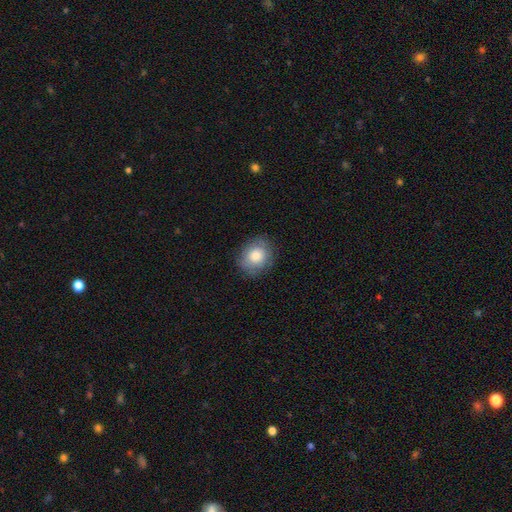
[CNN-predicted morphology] This appears to be a smooth galaxy with no disk features (80%) that is round (65%). Merging: none (82%).